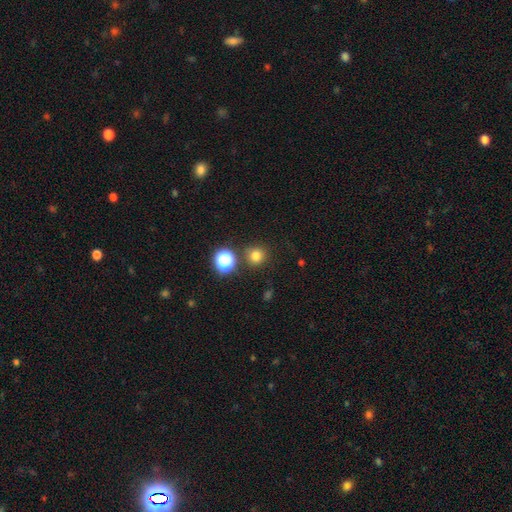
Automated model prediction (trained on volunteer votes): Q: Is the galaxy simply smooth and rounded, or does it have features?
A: smooth — 77%.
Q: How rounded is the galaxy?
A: round — 91%.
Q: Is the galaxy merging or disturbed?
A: none — 84%.